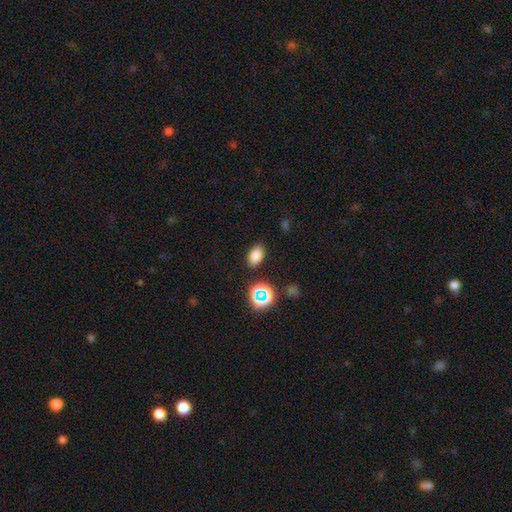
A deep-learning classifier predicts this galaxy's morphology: The model was most divided on "smooth or featured": smooth: 78%, star or artifact: 15%, featured or disk: 7%. More confident: how rounded — in between (87%); merging — none (86%).